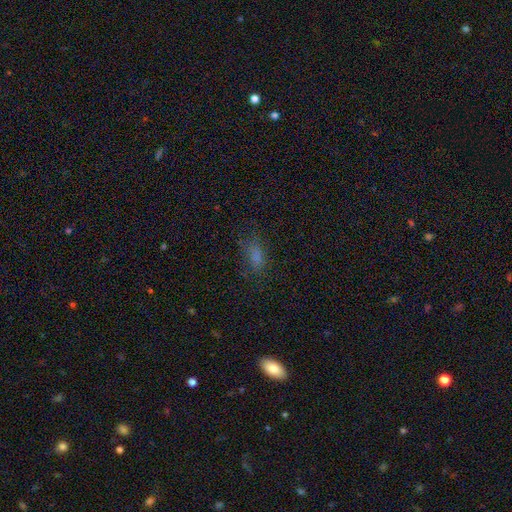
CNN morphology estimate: A smooth galaxy with no disk features (72%) that is in between round and cigar-shaped (80%).

Vote fractions:
- Smooth or featured? smooth: 72% / star or artifact: 19% / featured or disk: 10%
- How rounded? in between: 80% / cigar-shaped: 13% / round: 7%
- Merging? none: 66% / minor disturbance: 20% / major disturbance: 12% / merger: 2%